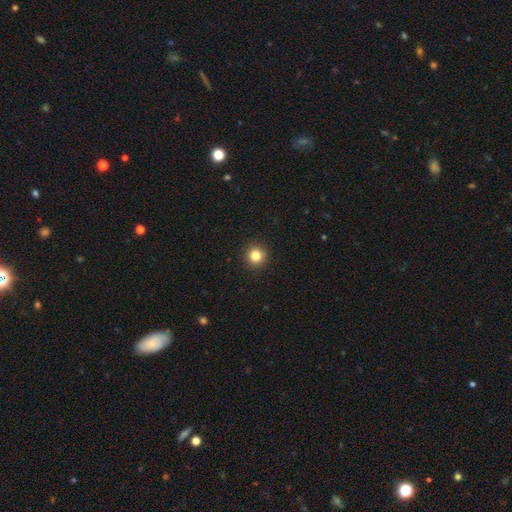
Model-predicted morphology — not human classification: The model was most divided on "smooth or featured": smooth: 83%, star or artifact: 12%, featured or disk: 5%. More confident: how rounded — round (95%); merging — none (93%).